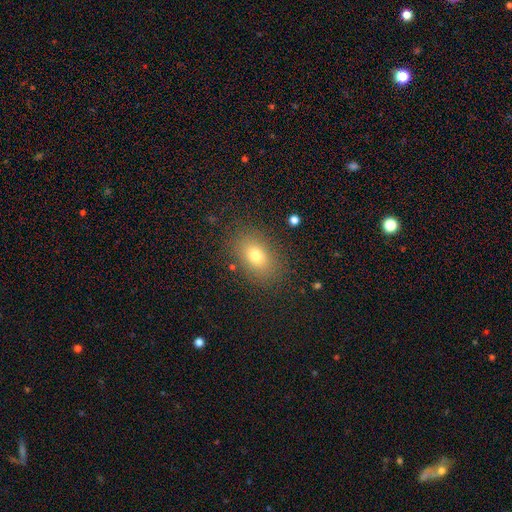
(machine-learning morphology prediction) Smooth or featured? Predicted: smooth (p=0.75). How rounded? Predicted: in between (p=0.82). Merging? Predicted: none (p=0.85).